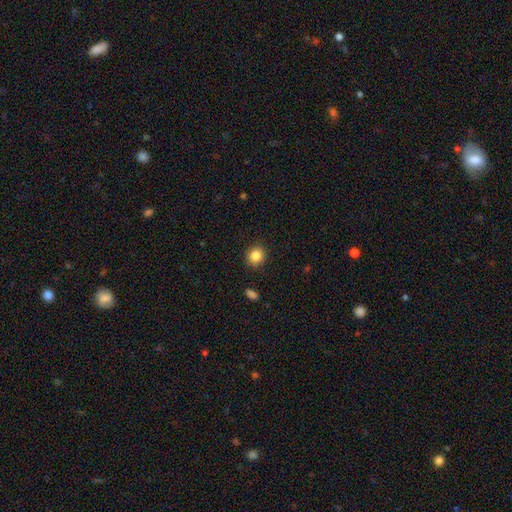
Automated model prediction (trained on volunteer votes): A smooth galaxy with no disk features (85%) that is round (81%).

Vote fractions:
- Smooth or featured? smooth: 85% / star or artifact: 10% / featured or disk: 5%
- How rounded? round: 81% / in between: 18% / cigar-shaped: 1%
- Merging? none: 90% / minor disturbance: 6% / major disturbance: 2% / merger: 1%